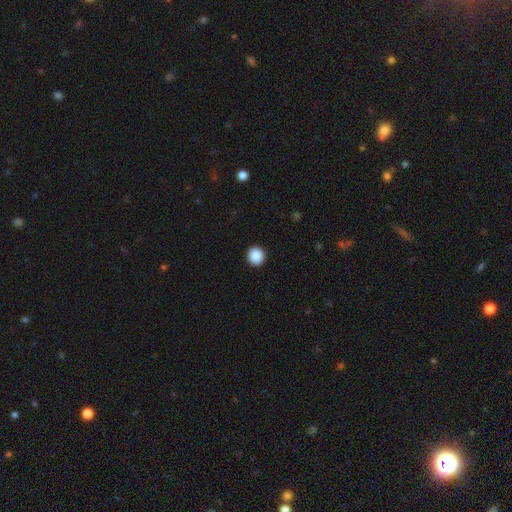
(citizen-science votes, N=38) A smooth galaxy with no disk features (95%) that is round (92%).

Vote fractions:
- Smooth or featured? smooth: 95% / star or artifact: 5% / featured or disk: 0%
- How rounded? round: 92% / in between: 8% / cigar-shaped: 0%
- Merging? none: 94% / minor disturbance: 3% / merger: 3% / major disturbance: 0%